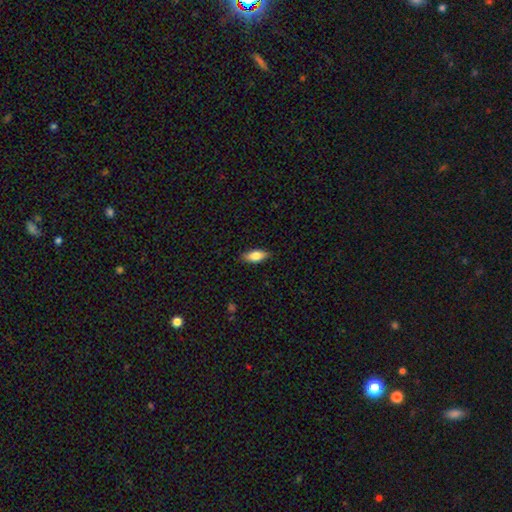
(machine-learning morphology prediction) A smooth galaxy with no disk features (80%) that is in between round and cigar-shaped (85%).

Vote fractions:
- Smooth or featured? smooth: 80% / featured or disk: 14% / star or artifact: 7%
- How rounded? in between: 85% / cigar-shaped: 12% / round: 3%
- Merging? none: 85% / minor disturbance: 12% / major disturbance: 2% / merger: 1%